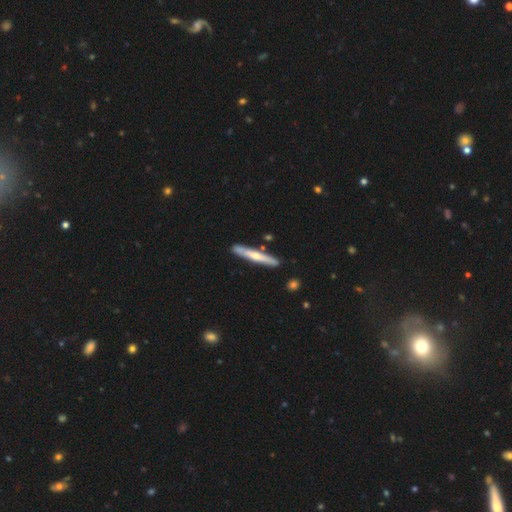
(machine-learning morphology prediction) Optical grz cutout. It shows a featured or disk galaxy (50%) viewed edge-on (89%). Merging: none (84%).